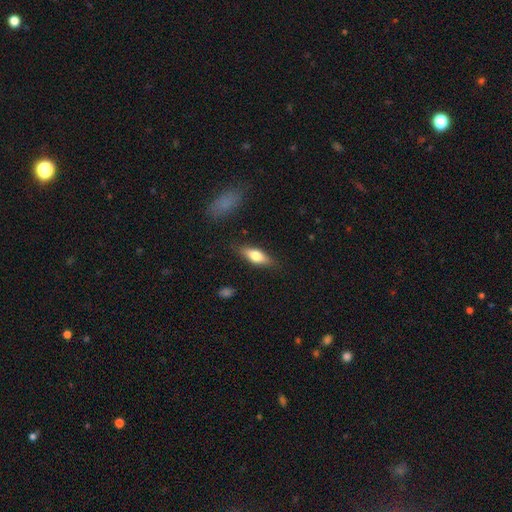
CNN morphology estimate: Smooth or featured? smooth (65%)
How rounded? in between (61%)
Merging? none (84%)